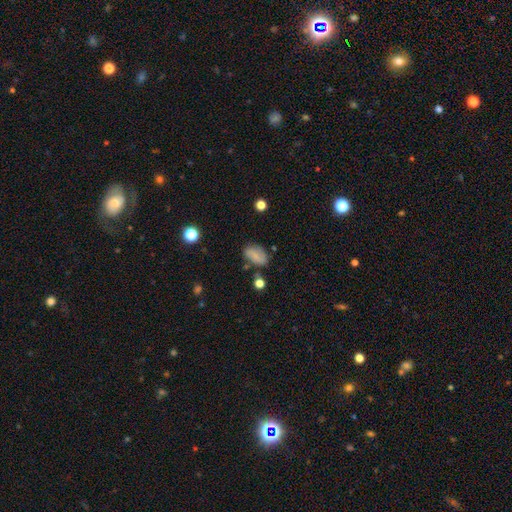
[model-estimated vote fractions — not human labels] Q: Smooth or featured?
A: smooth (65%); runner-up: featured or disk (25%)
Q: How rounded?
A: in between (87%); runner-up: round (11%)
Q: Merging?
A: none (65%); runner-up: minor disturbance (23%)